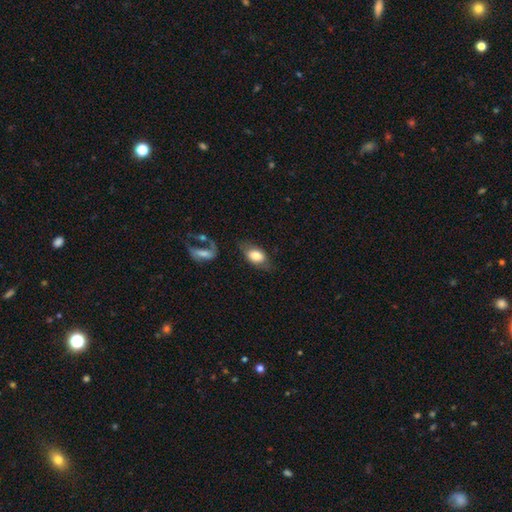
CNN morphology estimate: This appears to be a smooth galaxy with no disk features (75%) that is in between round and cigar-shaped (88%). Merging: none (61%).